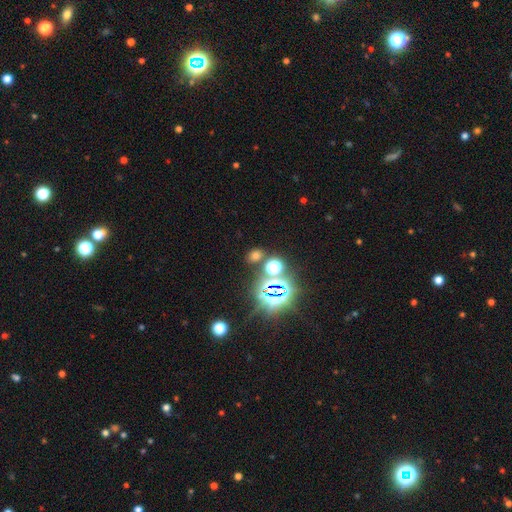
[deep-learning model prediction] smooth_or_featured: smooth (p=0.50) [alt: star or artifact p=0.43]
merging: none (p=0.80) [alt: minor disturbance p=0.09]